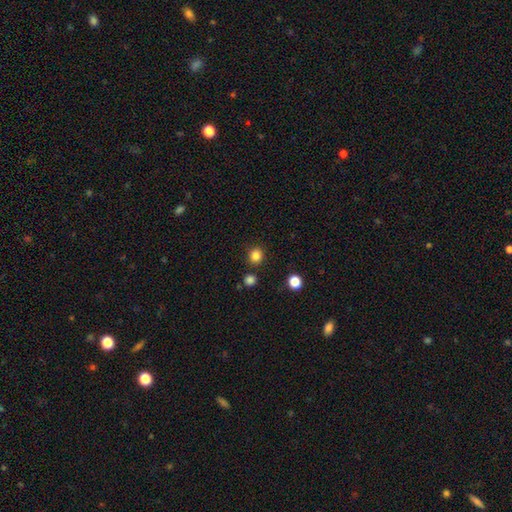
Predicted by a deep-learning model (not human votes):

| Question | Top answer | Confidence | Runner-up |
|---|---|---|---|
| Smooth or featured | smooth | 84% | star or artifact (13%) |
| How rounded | round | 89% | in between (10%) |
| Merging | none | 87% | minor disturbance (6%) |